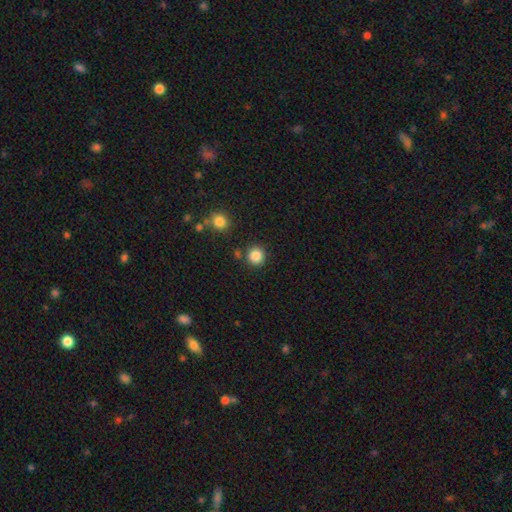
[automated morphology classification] This is clearly a smooth galaxy (86%). How rounded: clearly round (92%). Merging: clearly none (85%).